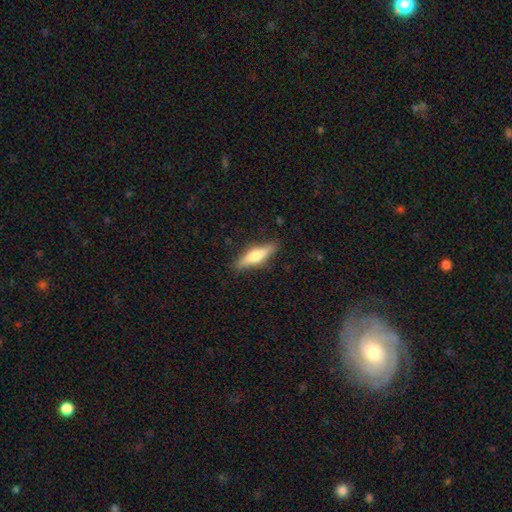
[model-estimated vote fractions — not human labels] smooth_or_featured: smooth (p=0.55) [alt: featured or disk p=0.40]
how_rounded: cigar-shaped (p=0.73) [alt: in between p=0.25]
merging: none (p=0.86) [alt: minor disturbance p=0.10]